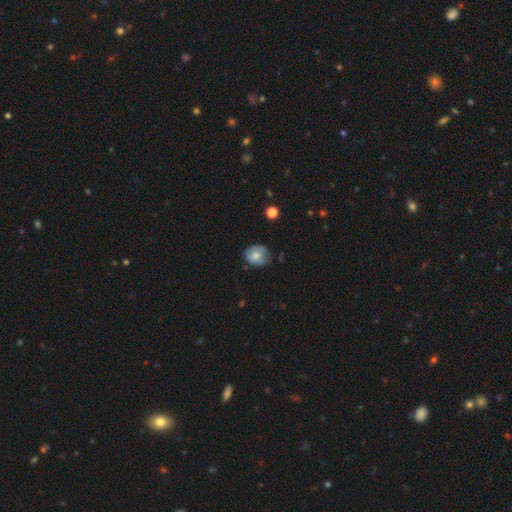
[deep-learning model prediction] Smooth or featured? smooth (72%)
How rounded? round (67%)
Merging? none (62%)